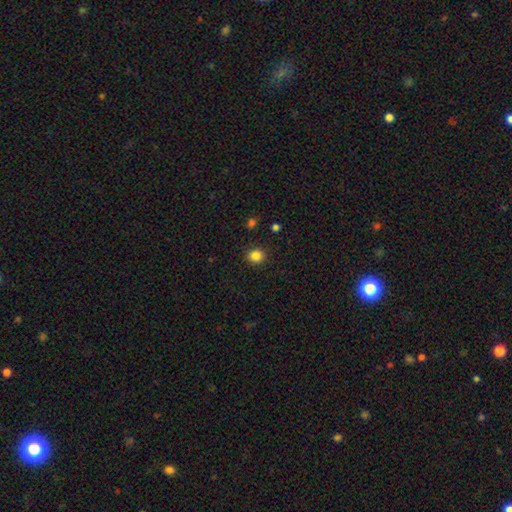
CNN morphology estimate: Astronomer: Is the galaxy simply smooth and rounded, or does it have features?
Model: smooth — 85%.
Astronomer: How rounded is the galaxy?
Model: round — 80%.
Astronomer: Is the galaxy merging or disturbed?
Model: none — 90%.